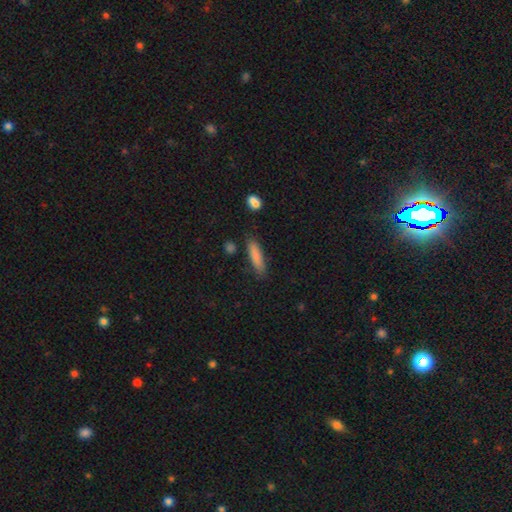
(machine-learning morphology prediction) type=smooth (83%); roundness=cigar-shaped (76%); merging=none (81%).